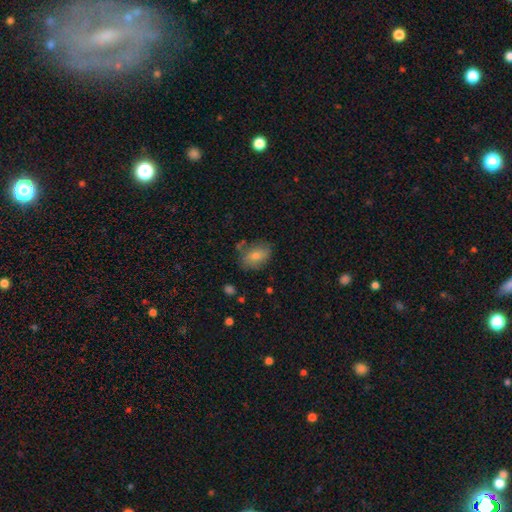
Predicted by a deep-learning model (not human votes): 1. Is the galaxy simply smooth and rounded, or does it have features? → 68% smooth, 21% featured or disk, 11% star or artifact.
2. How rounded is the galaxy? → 77% in between, 22% round, 2% cigar-shaped.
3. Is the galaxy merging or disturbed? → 73% none, 18% minor disturbance, 5% major disturbance, 4% merger.